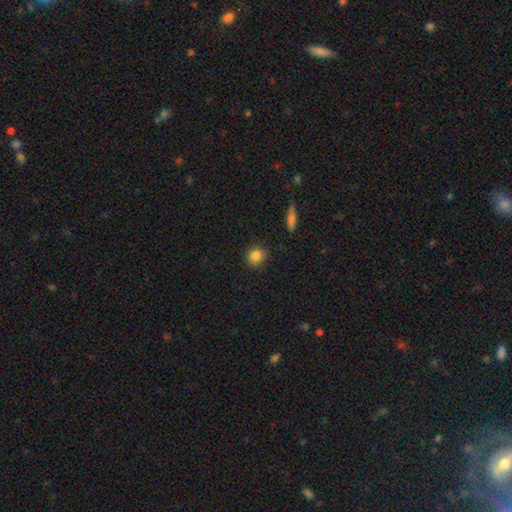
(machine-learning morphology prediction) A smooth galaxy with no disk features (86%) that is round (79%). Merging: none (85%).